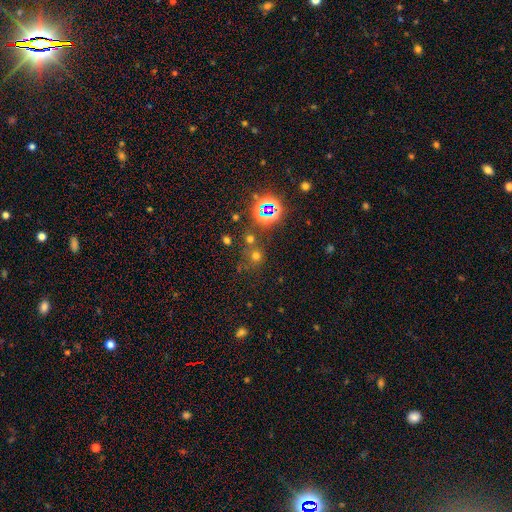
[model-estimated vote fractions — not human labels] smooth_or_featured: smooth (p=0.50) [alt: star or artifact p=0.41]
merging: none (p=0.65) [alt: merger p=0.19]